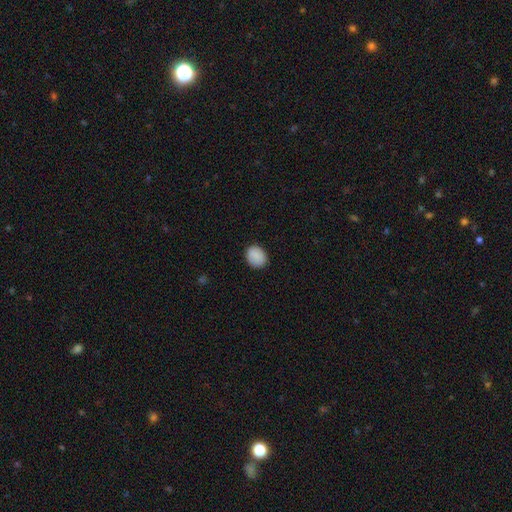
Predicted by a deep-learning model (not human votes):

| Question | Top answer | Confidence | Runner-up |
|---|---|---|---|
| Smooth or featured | smooth | 88% | star or artifact (8%) |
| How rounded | round | 58% | in between (41%) |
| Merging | none | 86% | minor disturbance (11%) |